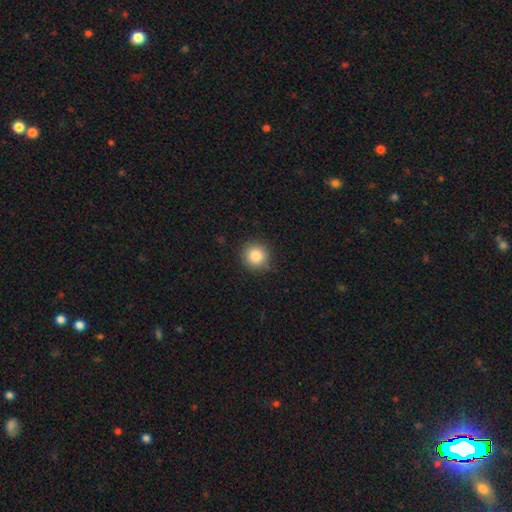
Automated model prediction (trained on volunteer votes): This is clearly a smooth galaxy (84%). How rounded: clearly round (93%). Merging: clearly none (88%).